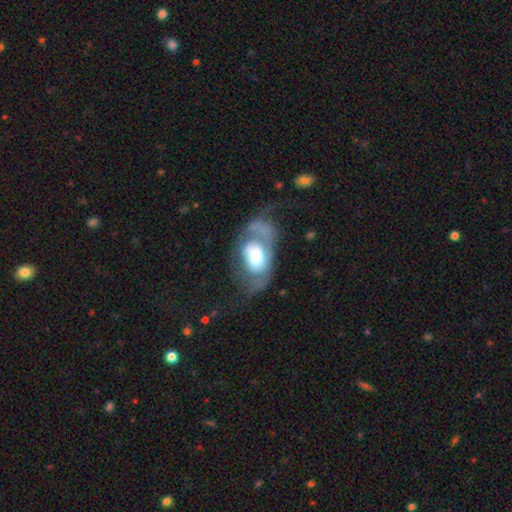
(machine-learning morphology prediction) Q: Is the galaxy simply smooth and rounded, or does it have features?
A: featured or disk — 56%.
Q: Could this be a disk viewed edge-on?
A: no — 95%.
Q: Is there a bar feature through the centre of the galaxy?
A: no — 70%.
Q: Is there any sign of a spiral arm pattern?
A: yes — 57%.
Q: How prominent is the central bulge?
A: moderate — 51%.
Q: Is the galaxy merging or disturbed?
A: major disturbance — 50%.